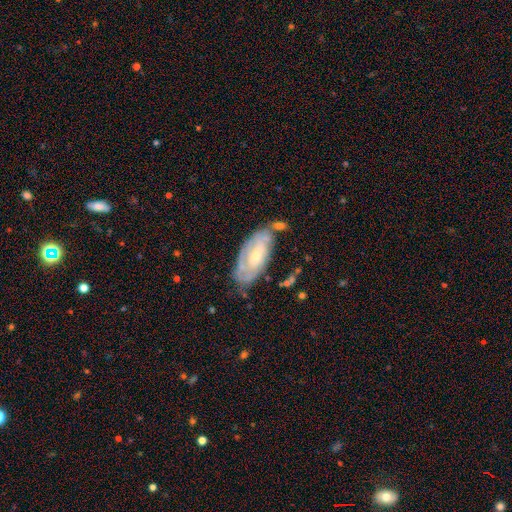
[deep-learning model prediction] Smooth or featured? featured or disk (69%)
Edge-on disk? no (90%)
Bar? no (56%)
Spiral arms? yes (81%)
Spiral winding? tight (66%)
Spiral arm count? can't tell (51%)
Bulge size? small (52%)
Merging? none (56%)